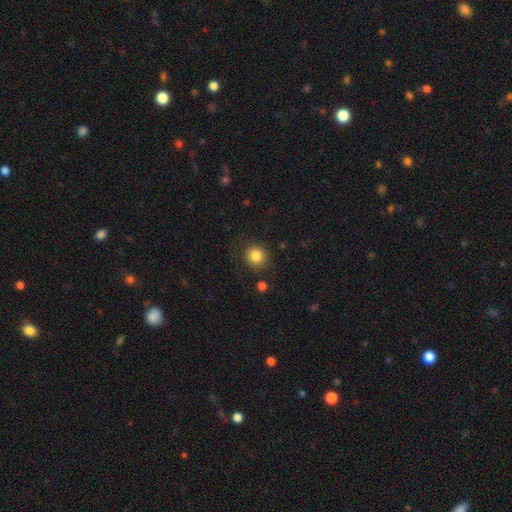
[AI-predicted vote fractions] Morphology: type=smooth (84%); roundness=round (90%); merging=none (86%).